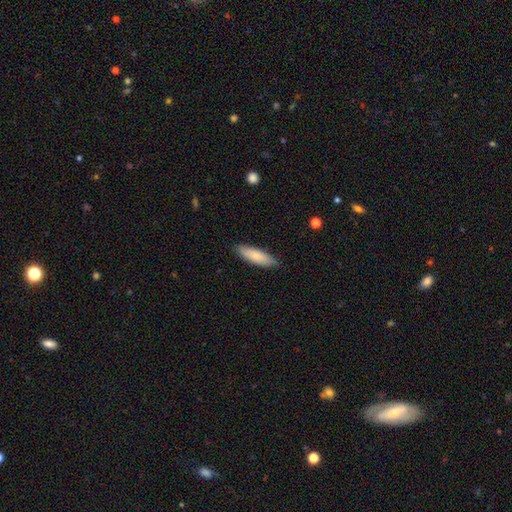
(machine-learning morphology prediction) type=smooth (81%); roundness=cigar-shaped (55%); merging=none (86%).